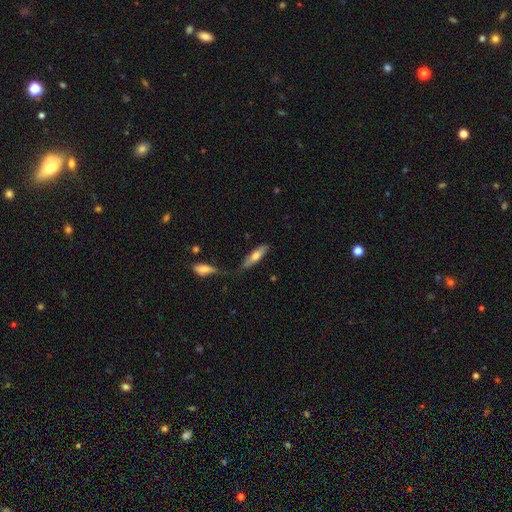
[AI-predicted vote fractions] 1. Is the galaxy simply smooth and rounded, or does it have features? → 62% smooth, 32% featured or disk, 6% star or artifact.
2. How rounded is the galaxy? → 62% cigar-shaped, 36% in between, 2% round.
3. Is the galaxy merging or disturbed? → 62% none, 21% minor disturbance, 11% merger, 7% major disturbance.